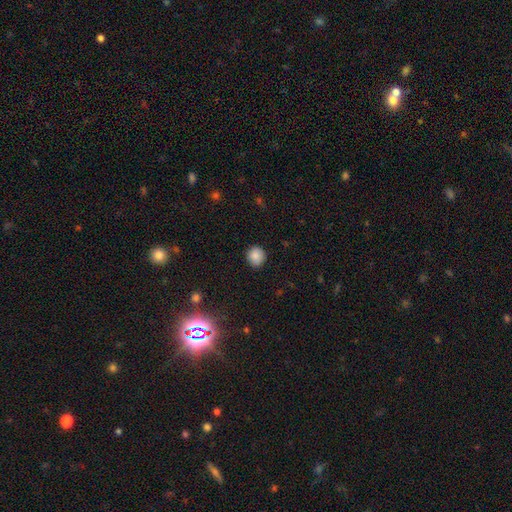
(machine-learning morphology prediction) Smooth or featured: smooth — 86% (star or artifact — 10%)
How rounded: round — 88% (in between — 11%)
Merging: none — 88% (minor disturbance — 9%)